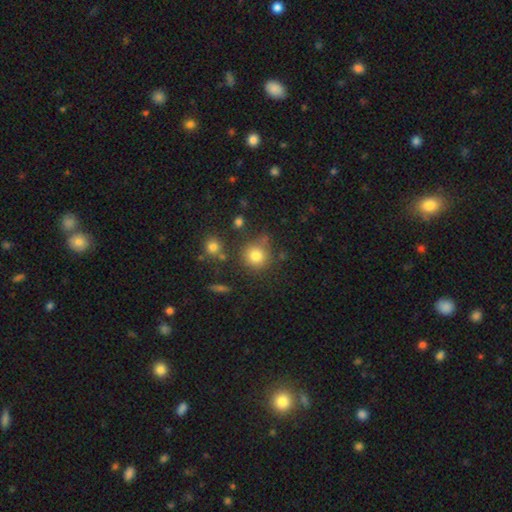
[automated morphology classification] smooth_or_featured: smooth (p=0.79) [alt: star or artifact p=0.13]
how_rounded: round (p=0.91) [alt: in between p=0.08]
merging: none (p=0.74) [alt: minor disturbance p=0.13]